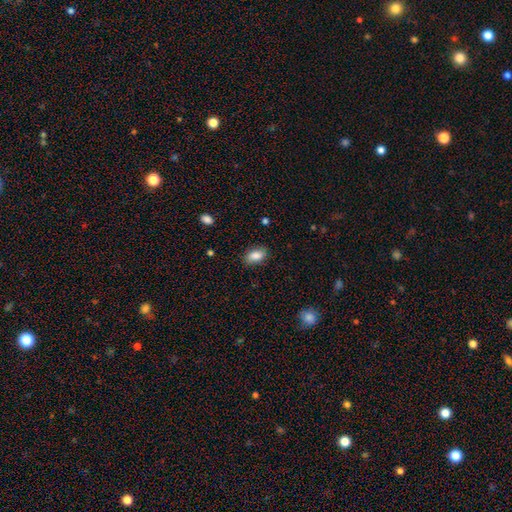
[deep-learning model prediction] Smooth or featured: smooth — 86% (star or artifact — 8%)
How rounded: in between — 89% (round — 8%)
Merging: none — 81% (minor disturbance — 14%)